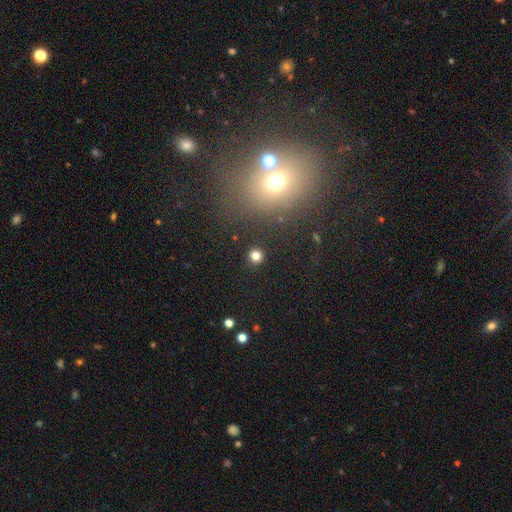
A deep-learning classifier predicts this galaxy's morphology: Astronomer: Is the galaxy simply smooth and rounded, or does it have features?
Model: smooth — 80%.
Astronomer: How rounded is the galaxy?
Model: round — 92%.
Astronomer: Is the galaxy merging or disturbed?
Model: none — 91%.